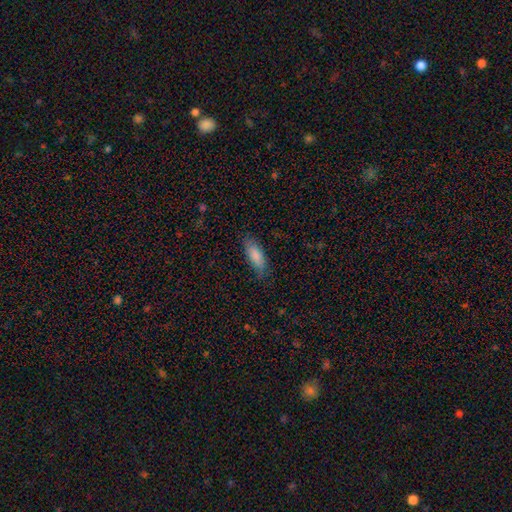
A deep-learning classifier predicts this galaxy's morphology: Smooth or featured? Predicted: smooth (p=0.85). How rounded? Predicted: in between (p=0.65). Merging? Predicted: none (p=0.78).